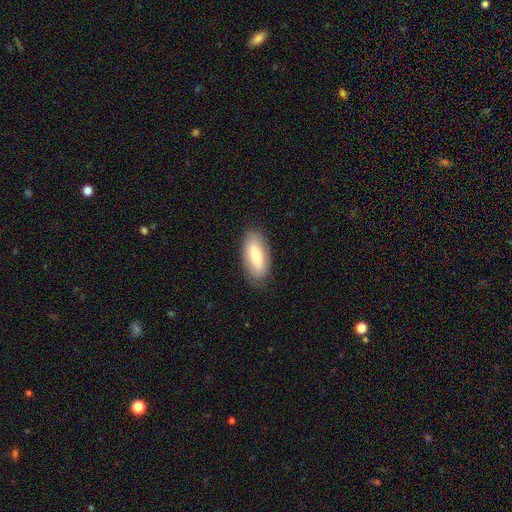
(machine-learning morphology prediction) A smooth galaxy with no disk features (68%) that is in between round and cigar-shaped (90%). Merging: none (82%).